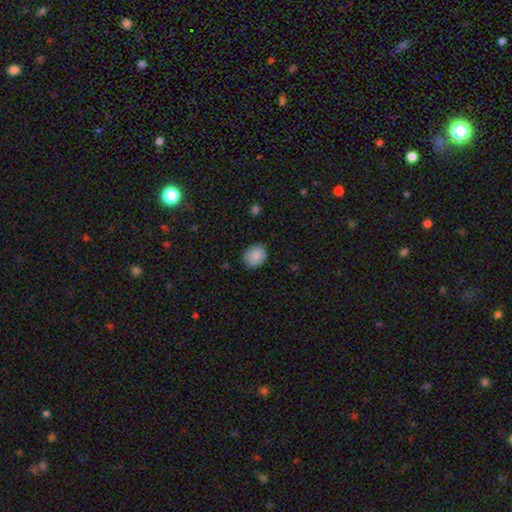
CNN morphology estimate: type=smooth (87%); roundness=round (62%); merging=none (83%).